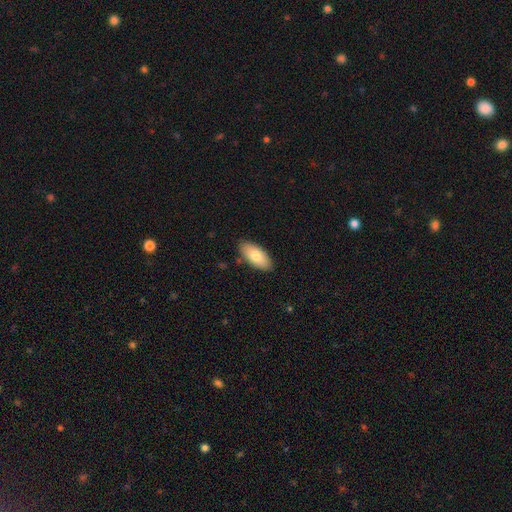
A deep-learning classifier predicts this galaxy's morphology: Smooth or featured?
  - smooth: 77% *
  - featured or disk: 17%
  - star or artifact: 6%
How rounded?
  - in between: 90% *
  - cigar-shaped: 8%
  - round: 2%
Merging?
  - none: 86% *
  - minor disturbance: 10%
  - major disturbance: 2%
  - merger: 2%